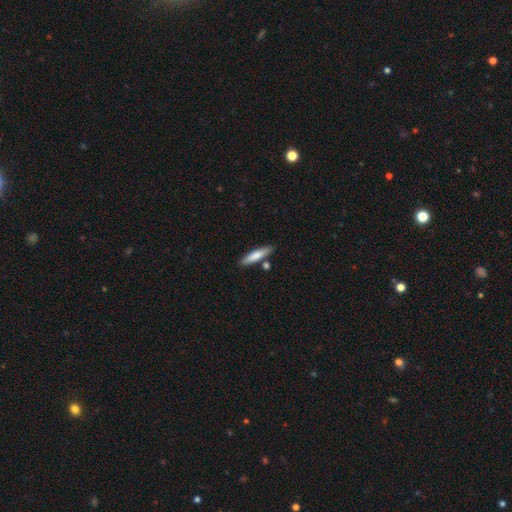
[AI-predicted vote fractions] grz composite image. It shows a smooth galaxy with no disk features (75%) that is cigar-shaped (83%). Merging: none (81%).